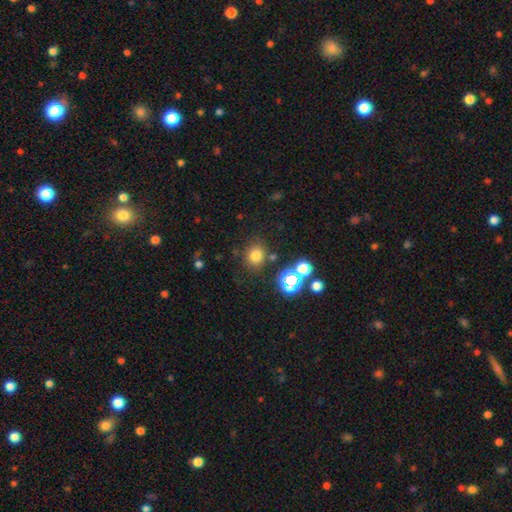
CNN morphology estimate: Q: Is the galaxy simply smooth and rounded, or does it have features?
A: smooth — 73%.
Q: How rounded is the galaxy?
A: round — 75%.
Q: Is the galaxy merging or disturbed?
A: none — 78%.